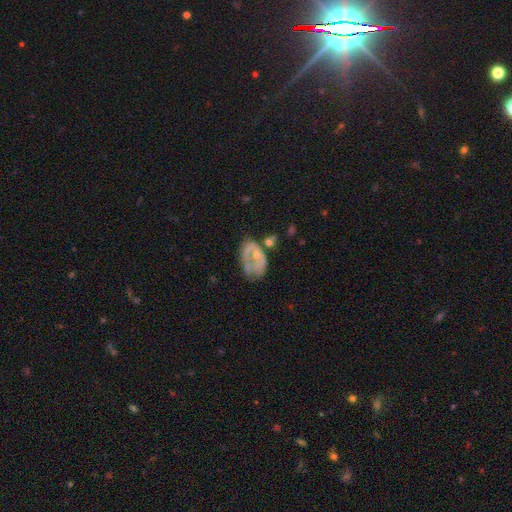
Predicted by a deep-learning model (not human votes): The model was most divided on "merging": major disturbance: 33%, none: 28%, minor disturbance: 28%, merger: 11%. More confident: edge-on disk — no (96%); bar — no (79%); spiral arms — no (64%); smooth or featured — featured or disk (55%); bulge size — small (52%).